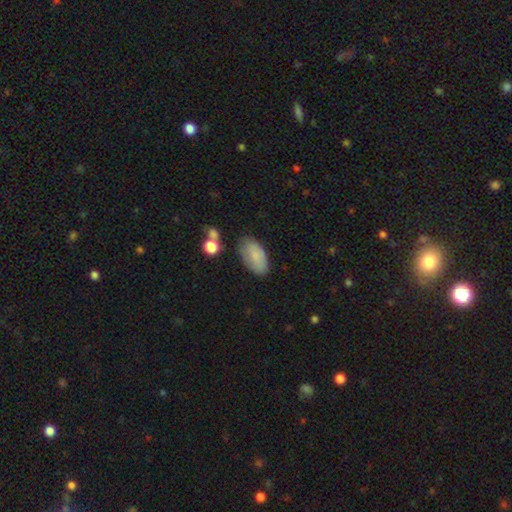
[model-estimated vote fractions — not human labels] A smooth galaxy with no disk features (81%) that is in between round and cigar-shaped (94%). Merging: none (73%).